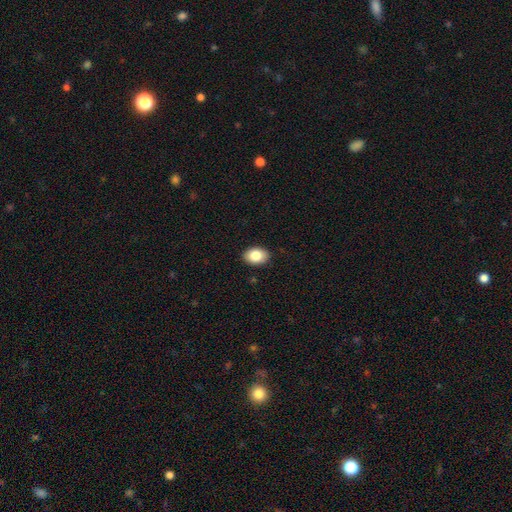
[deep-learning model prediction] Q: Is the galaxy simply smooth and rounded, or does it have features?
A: smooth — 85%.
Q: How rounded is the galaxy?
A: in between — 82%.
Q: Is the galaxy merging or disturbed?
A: none — 90%.